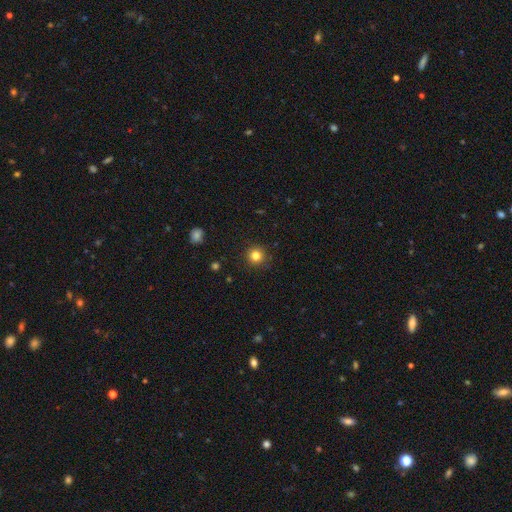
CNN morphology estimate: smooth-or-featured: smooth: 82% | star or artifact: 13% | featured or disk: 5%
  how-rounded: round: 95% | in between: 4% | cigar-shaped: 1%
  merging: none: 91% | minor disturbance: 6% | major disturbance: 2% | merger: 1%